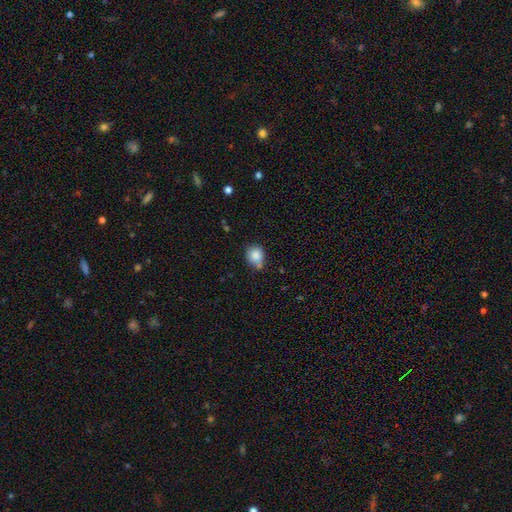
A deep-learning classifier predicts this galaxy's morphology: This appears to be a smooth galaxy with no disk features (84%) that is round (68%). Merging: none (57%).